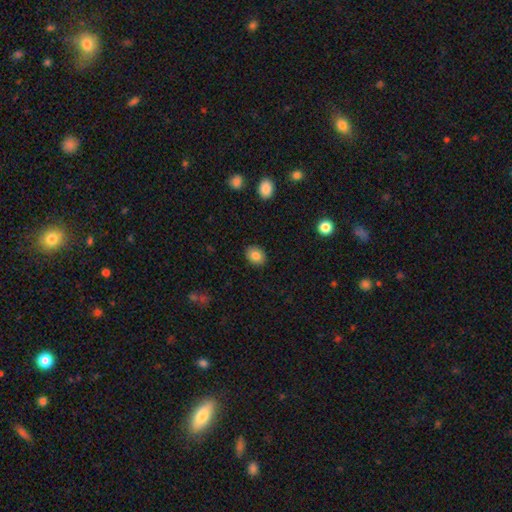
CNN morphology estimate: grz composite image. It shows a smooth galaxy with no disk features (84%) that is in between round and cigar-shaped (52%). Merging: none (89%).